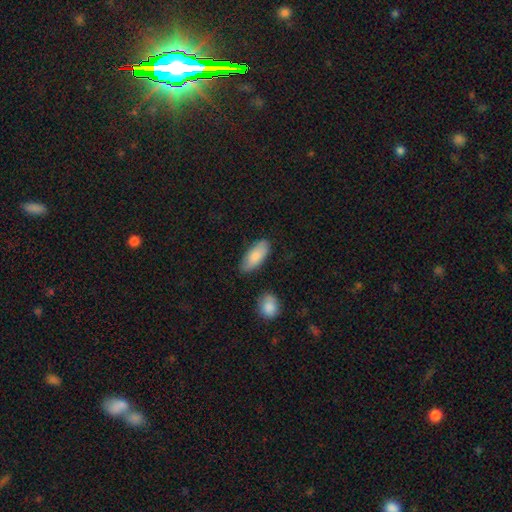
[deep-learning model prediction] smooth-or-featured: smooth: 81% | featured or disk: 13% | star or artifact: 6%
  how-rounded: in between: 86% | cigar-shaped: 12% | round: 2%
  merging: none: 80% | minor disturbance: 15% | major disturbance: 3% | merger: 3%